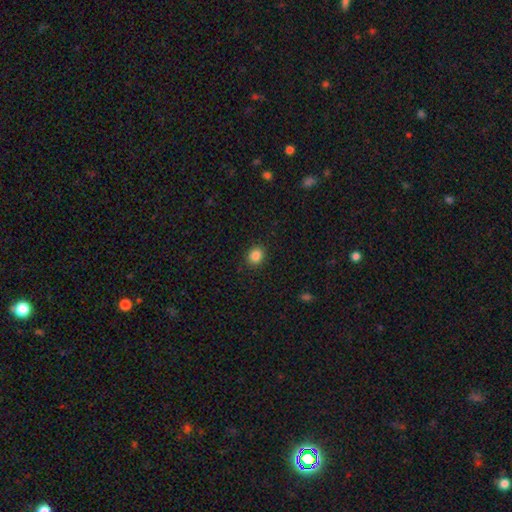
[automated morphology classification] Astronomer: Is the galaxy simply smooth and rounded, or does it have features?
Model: smooth — 86%.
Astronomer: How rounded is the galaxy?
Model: round — 69%.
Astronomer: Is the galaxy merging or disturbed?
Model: none — 91%.